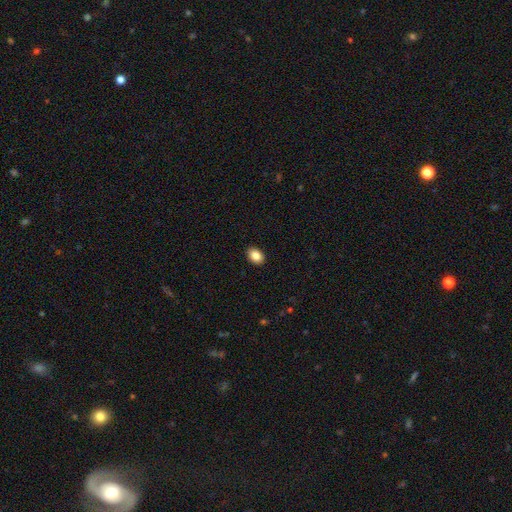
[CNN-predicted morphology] The model was most divided on "how rounded": in between: 77%, round: 22%, cigar-shaped: 1%. More confident: merging — none (91%); smooth or featured — smooth (87%).